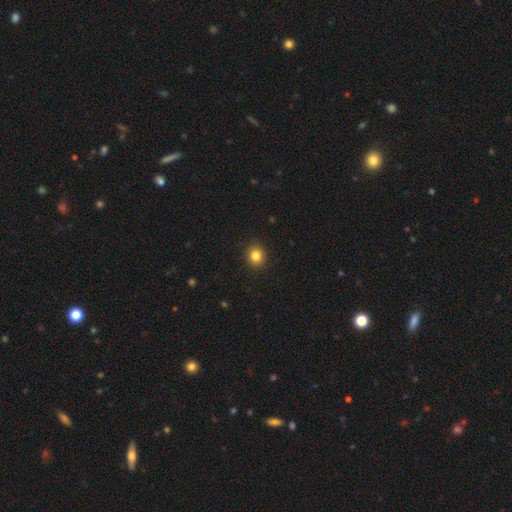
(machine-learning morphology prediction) This is clearly a smooth galaxy (84%). How rounded: clearly round (85%). Merging: clearly none (92%).